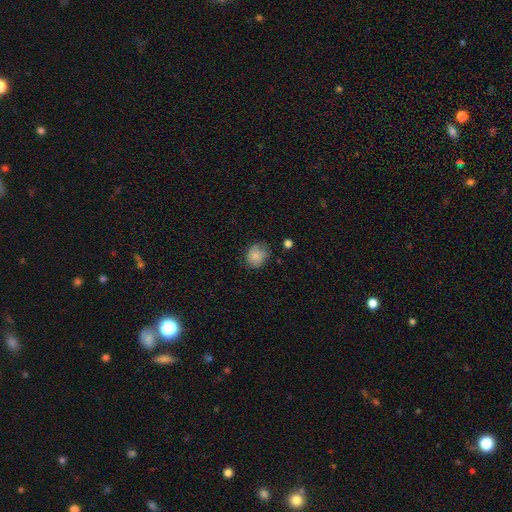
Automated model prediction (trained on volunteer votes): This appears to be a smooth galaxy with no disk features (82%) that is round (62%). Merging: none (66%).